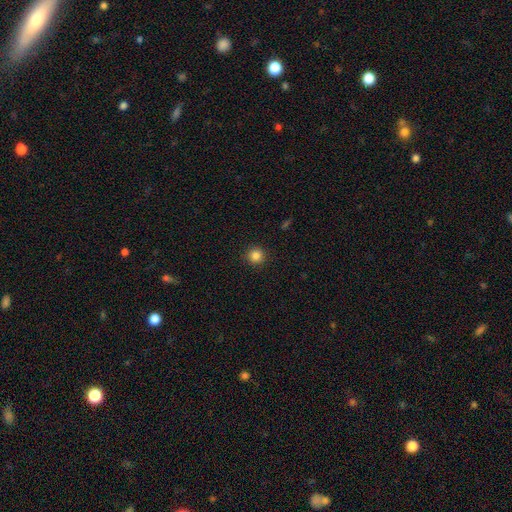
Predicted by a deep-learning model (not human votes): Smooth or featured: smooth — 84% (star or artifact — 12%)
How rounded: round — 95% (in between — 4%)
Merging: none — 93% (minor disturbance — 5%)